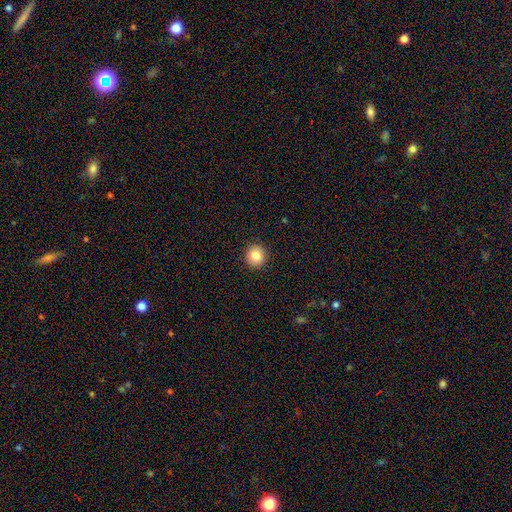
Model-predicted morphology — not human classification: Q: Smooth or featured?
A: smooth (84%); runner-up: star or artifact (10%)
Q: How rounded?
A: round (92%); runner-up: in between (7%)
Q: Merging?
A: none (92%); runner-up: minor disturbance (5%)